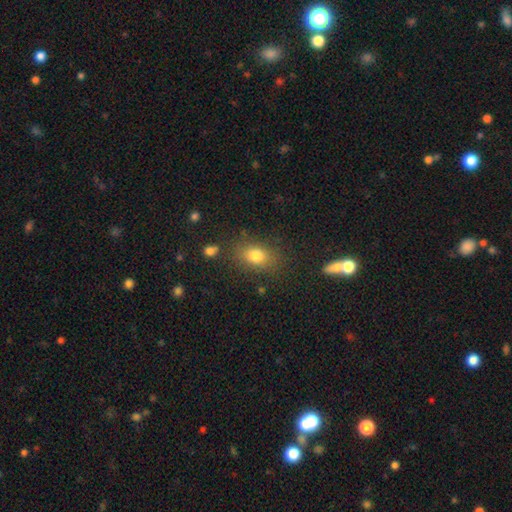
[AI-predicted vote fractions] smooth 79%, star or artifact 11%, featured or disk 9%. Down the decision tree: how rounded — in between (74%); merging — none (80%).